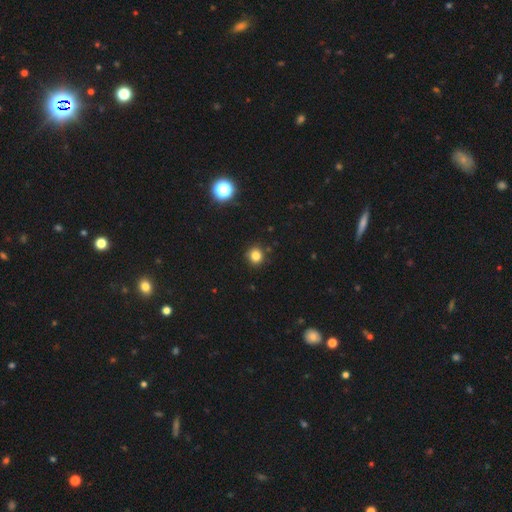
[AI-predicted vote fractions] Overall: smooth (81%). How rounded: round (91%). Merging: none (90%).